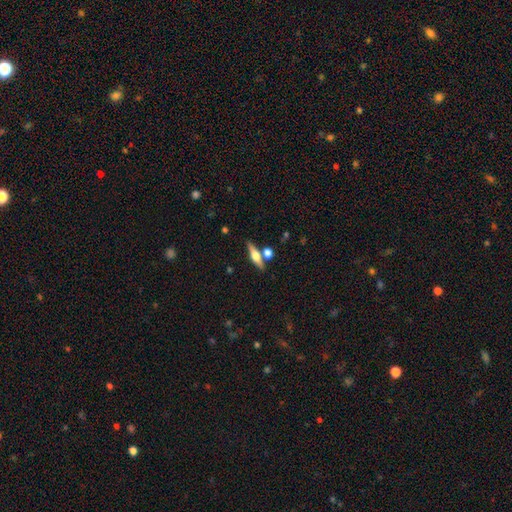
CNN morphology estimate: Smooth or featured: featured or disk — 57% (smooth — 36%)
Edge-on disk: yes — 94% (no — 6%)
Edge-on bulge: rounded — 91% (boxy — 7%)
Merging: none — 74% (merger — 13%)